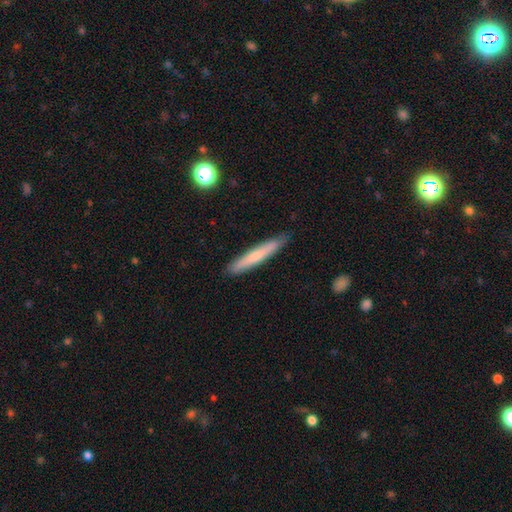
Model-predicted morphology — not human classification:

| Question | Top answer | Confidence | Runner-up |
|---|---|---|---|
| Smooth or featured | smooth | 64% | featured or disk (30%) |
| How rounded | cigar-shaped | 94% | in between (4%) |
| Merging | none | 88% | minor disturbance (10%) |